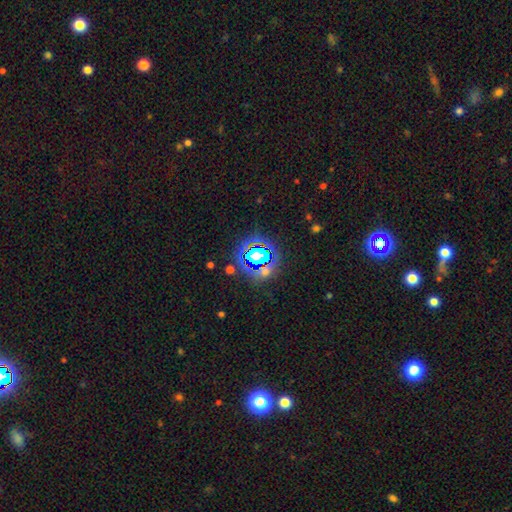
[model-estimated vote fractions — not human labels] A star or artifact, not a galaxy (61%).

Vote fractions:
- Smooth or featured? star or artifact: 61% / smooth: 26% / featured or disk: 13%